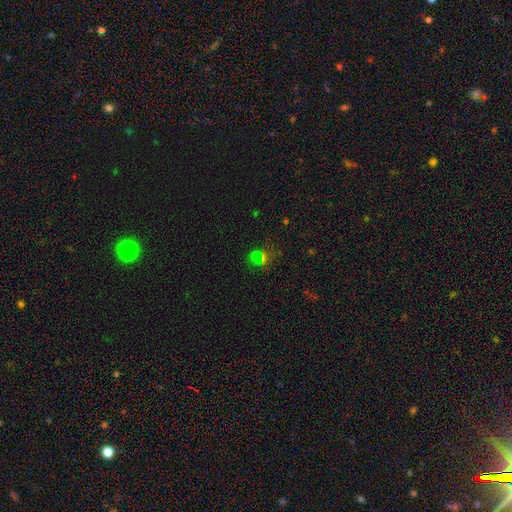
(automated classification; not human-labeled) Smooth or featured: star or artifact — 54% (smooth — 37%)